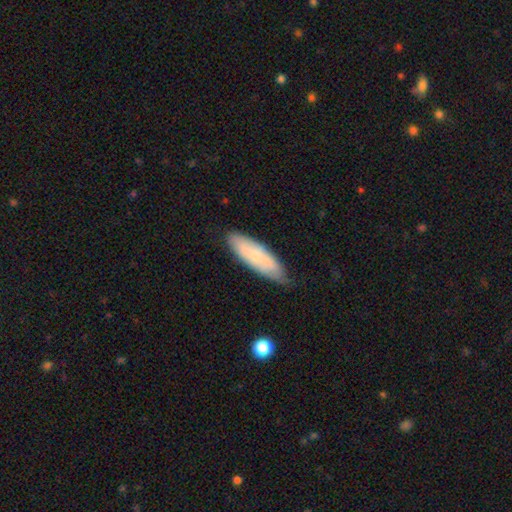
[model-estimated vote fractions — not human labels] This is likely a smooth galaxy (65%). How rounded: possibly cigar-shaped (52%). Merging: likely none (75%).